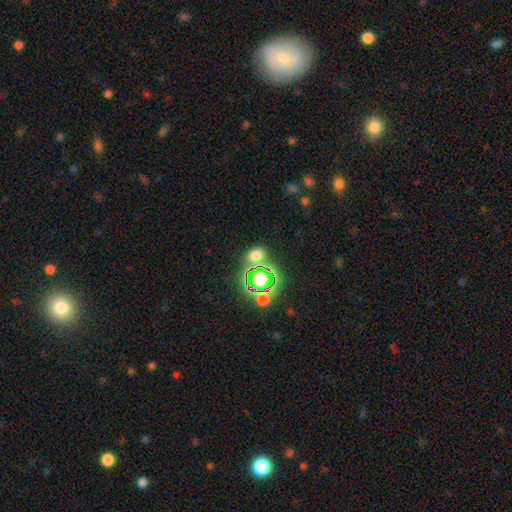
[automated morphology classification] smooth-or-featured: smooth: 58% | star or artifact: 33% | featured or disk: 8%
  how-rounded: in between: 52% | round: 46% | cigar-shaped: 2%
  merging: none: 72% | merger: 14% | minor disturbance: 10% | major disturbance: 4%